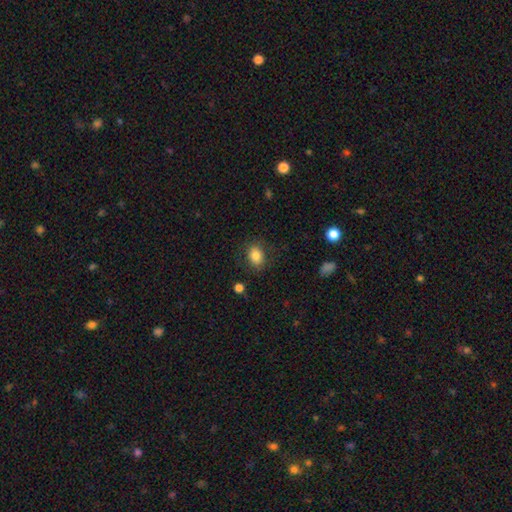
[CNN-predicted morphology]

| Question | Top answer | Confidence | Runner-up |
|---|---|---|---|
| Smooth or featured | smooth | 84% | star or artifact (9%) |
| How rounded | in between | 65% | round (33%) |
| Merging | none | 82% | minor disturbance (12%) |